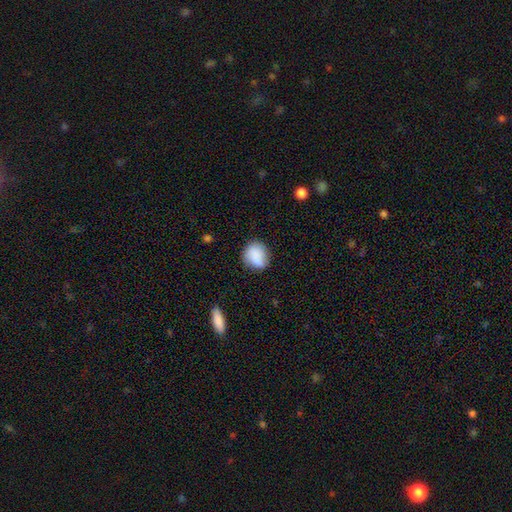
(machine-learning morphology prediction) Overall: smooth (82%). How rounded: round (63%; in between 36%). Merging: none (67%).